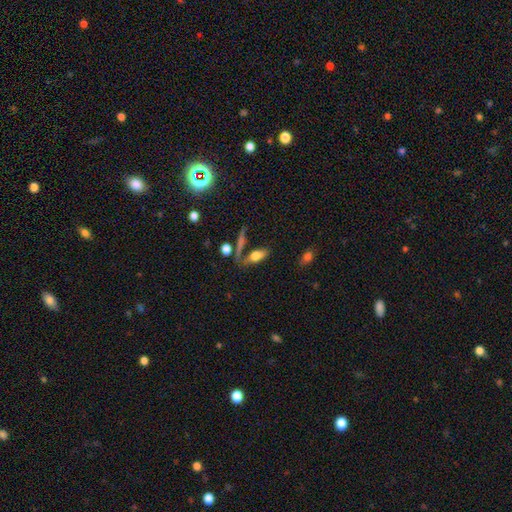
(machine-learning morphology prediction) Smooth or featured?
  - smooth: 67% *
  - featured or disk: 24%
  - star or artifact: 9%
How rounded?
  - in between: 66% *
  - cigar-shaped: 29%
  - round: 5%
Merging?
  - none: 60% *
  - minor disturbance: 17%
  - merger: 15%
  - major disturbance: 7%